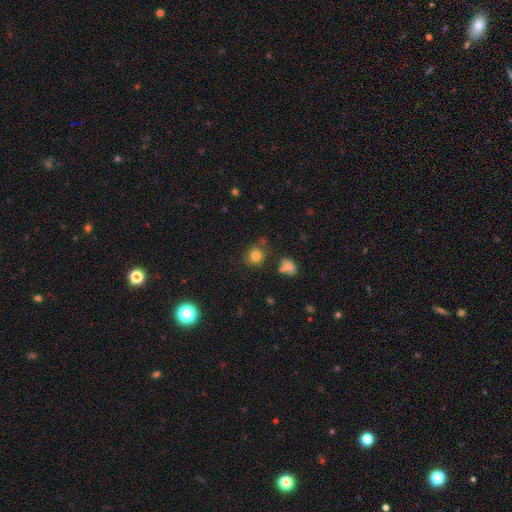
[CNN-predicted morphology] This appears to be a smooth galaxy with no disk features (81%) that is round (80%). Merging: none (74%).